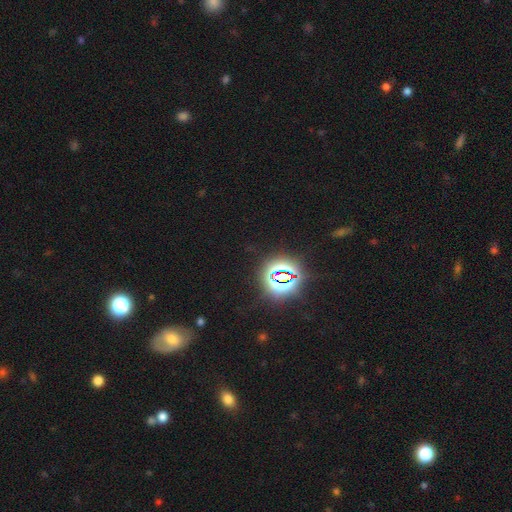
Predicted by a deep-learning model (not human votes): This is likely a star or artifact rather than a galaxy (77%).